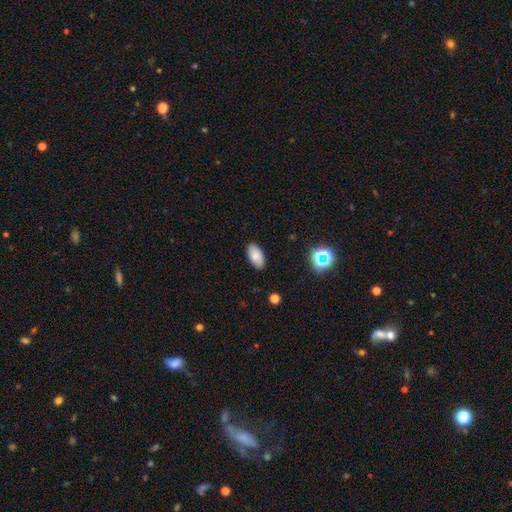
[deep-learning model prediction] Smooth or featured?
  - smooth: 82% *
  - featured or disk: 9%
  - star or artifact: 9%
How rounded?
  - in between: 94% *
  - cigar-shaped: 3%
  - round: 3%
Merging?
  - none: 88% *
  - minor disturbance: 9%
  - major disturbance: 2%
  - merger: 1%